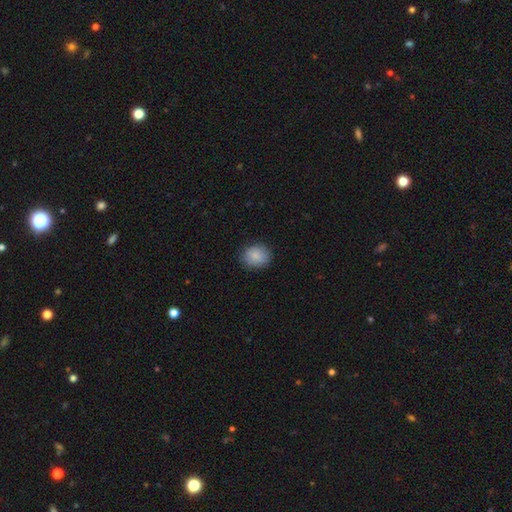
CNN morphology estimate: Q: Smooth or featured?
A: smooth (87%); runner-up: star or artifact (7%)
Q: How rounded?
A: round (65%); runner-up: in between (34%)
Q: Merging?
A: none (84%); runner-up: minor disturbance (12%)